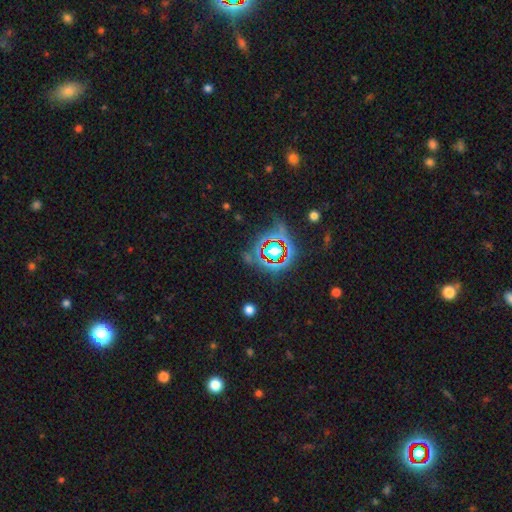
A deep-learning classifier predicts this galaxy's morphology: smooth-or-featured: star or artifact: 76% | featured or disk: 12% | smooth: 12%